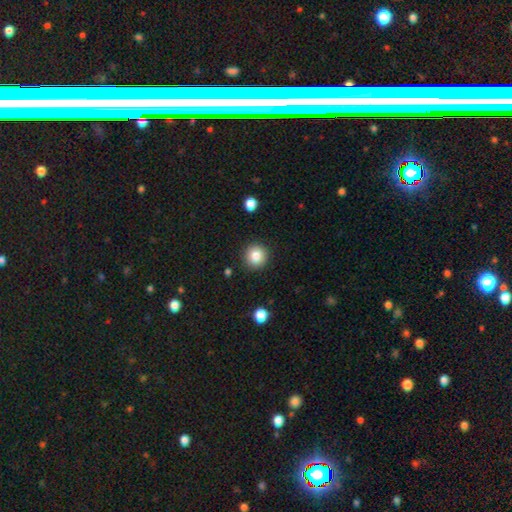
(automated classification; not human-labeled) smooth-or-featured: smooth: 84% | star or artifact: 10% | featured or disk: 7%
  how-rounded: round: 94% | in between: 5% | cigar-shaped: 1%
  merging: none: 90% | minor disturbance: 6% | major disturbance: 2% | merger: 1%